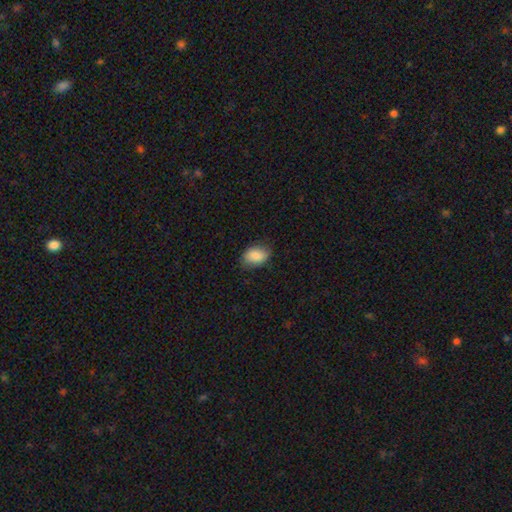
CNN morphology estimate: A smooth galaxy with no disk features (85%) that is in between round and cigar-shaped (84%). Merging: none (77%).